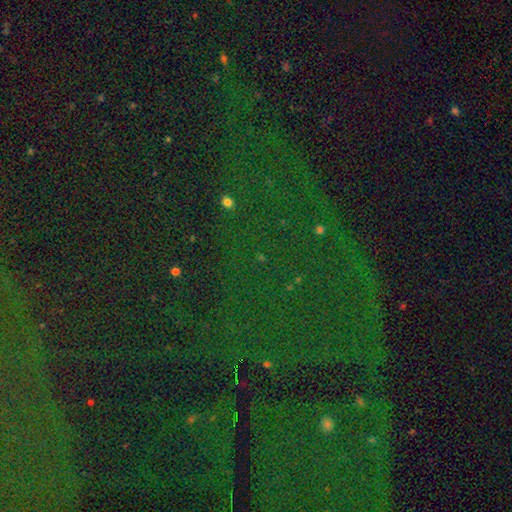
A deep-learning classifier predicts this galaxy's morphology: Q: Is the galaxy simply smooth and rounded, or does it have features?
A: star or artifact — 84%.